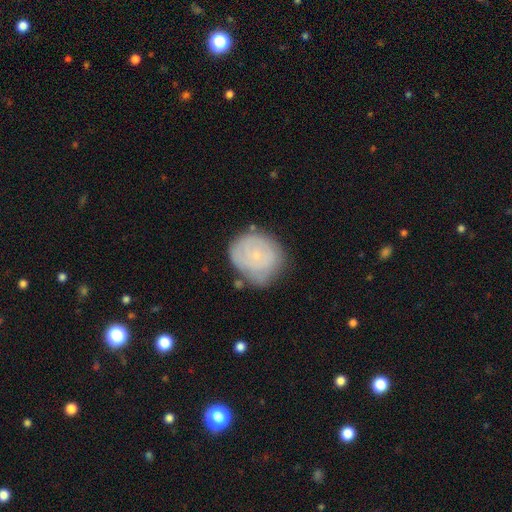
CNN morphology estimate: A smooth galaxy with no disk features (48%).

Vote fractions:
- Smooth or featured? smooth: 48% / featured or disk: 44% / star or artifact: 9%
- Merging? none: 63% / minor disturbance: 26% / major disturbance: 8% / merger: 3%